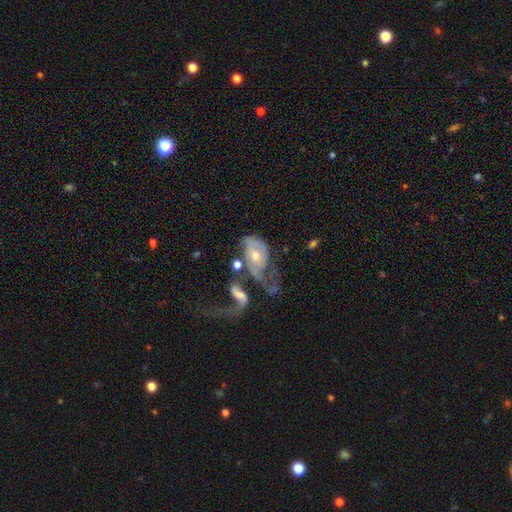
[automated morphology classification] smooth-or-featured: featured or disk: 69% | smooth: 24% | star or artifact: 7%
  disk-edge-on: no: 94% | yes: 6%
    bar: no: 69% | weak: 23% | strong: 8%
    has-spiral-arms: yes: 68% | no: 32%
    bulge-size: moderate: 58% | small: 35% | large: 4% | none: 2% | dominant: 1%
  merging: merger: 42% | major disturbance: 35% | none: 13% | minor disturbance: 10%